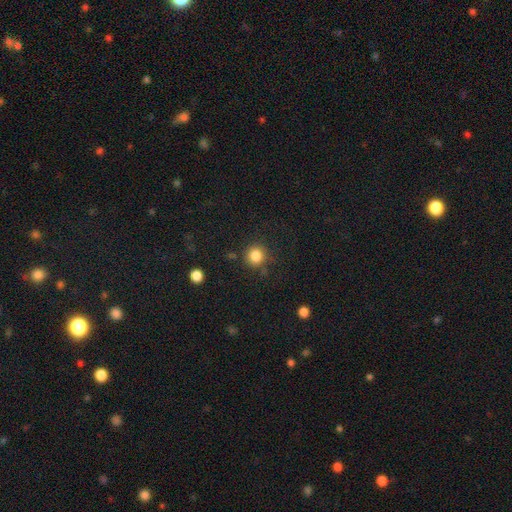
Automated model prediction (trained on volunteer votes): Smooth or featured: smooth — 84% (star or artifact — 11%)
How rounded: round — 92% (in between — 7%)
Merging: none — 84% (minor disturbance — 10%)